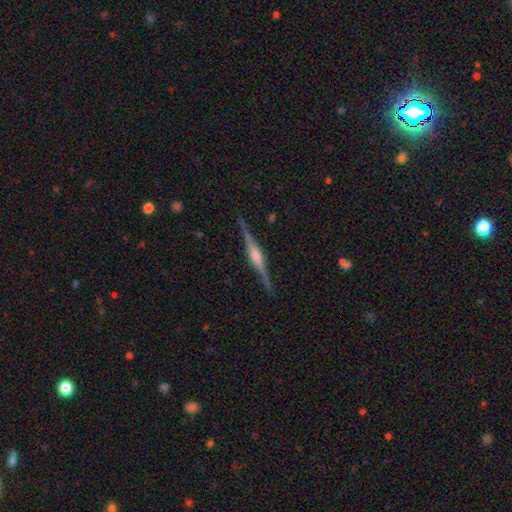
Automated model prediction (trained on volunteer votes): featured or disk 85%, smooth 9%, star or artifact 6%. Down the decision tree: edge-on disk — yes (98%); edge-on bulge — rounded (67%); merging — none (89%).